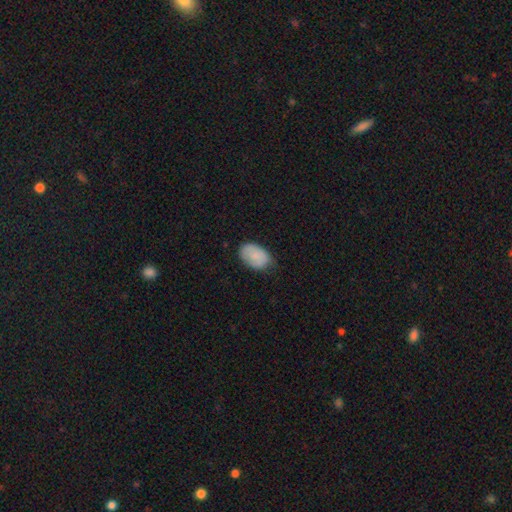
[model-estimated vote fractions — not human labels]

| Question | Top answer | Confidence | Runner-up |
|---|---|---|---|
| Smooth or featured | smooth | 82% | featured or disk (11%) |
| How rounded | in between | 88% | round (11%) |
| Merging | none | 65% | minor disturbance (28%) |